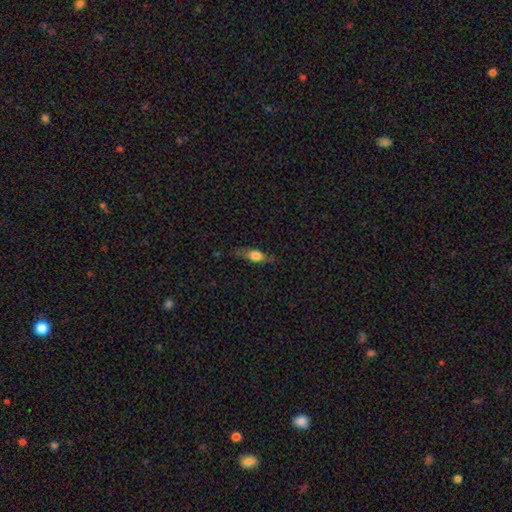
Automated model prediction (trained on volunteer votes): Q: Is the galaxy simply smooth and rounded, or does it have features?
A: smooth — 63%.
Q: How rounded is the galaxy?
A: in between — 62%.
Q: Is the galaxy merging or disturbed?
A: none — 72%.